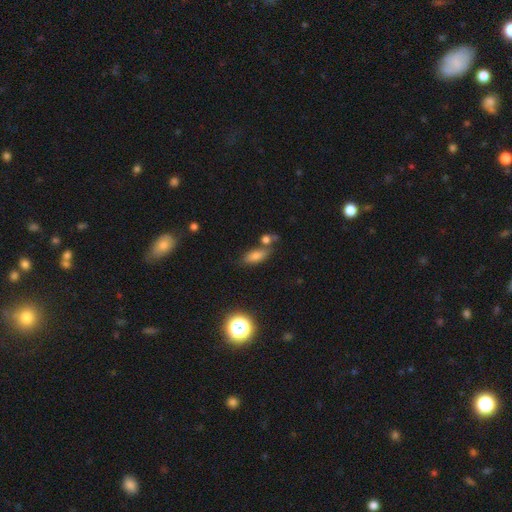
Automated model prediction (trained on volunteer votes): Smooth or featured? smooth (72%)
How rounded? in between (74%)
Merging? none (63%)